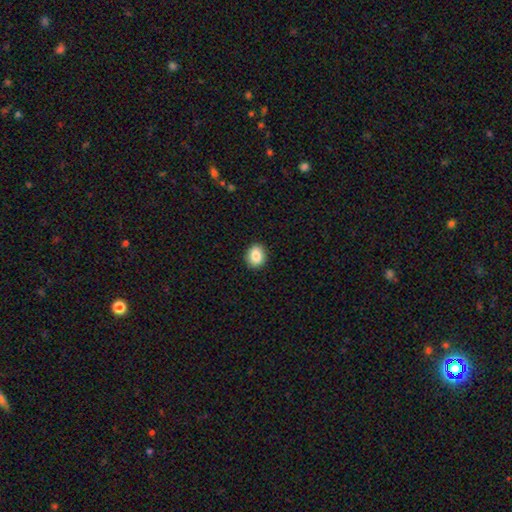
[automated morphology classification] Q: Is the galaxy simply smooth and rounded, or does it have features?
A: smooth — 86%.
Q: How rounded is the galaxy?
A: round — 61%.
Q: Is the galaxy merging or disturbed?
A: none — 90%.